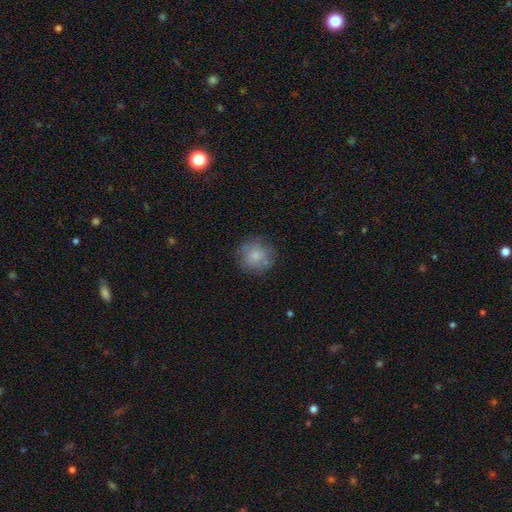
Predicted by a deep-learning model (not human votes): smooth_or_featured: smooth (p=0.73) [alt: featured or disk p=0.19]
how_rounded: round (p=0.90) [alt: in between p=0.09]
merging: none (p=0.77) [alt: minor disturbance p=0.16]